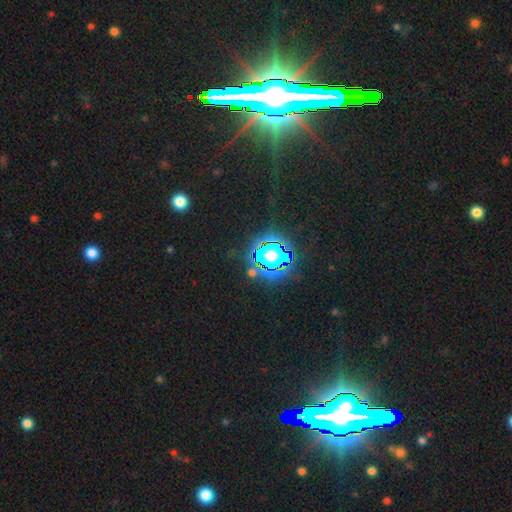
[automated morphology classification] star or artifact 75%, smooth 16%, featured or disk 9%.